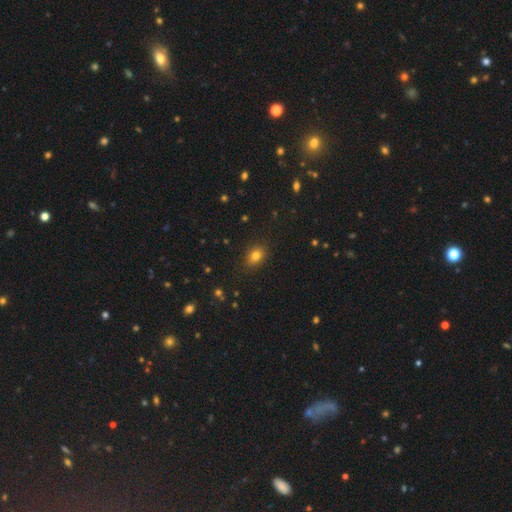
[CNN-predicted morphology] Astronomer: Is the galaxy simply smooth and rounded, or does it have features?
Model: smooth — 79%.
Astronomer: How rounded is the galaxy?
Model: in between — 60% (runner-up: round, 38%).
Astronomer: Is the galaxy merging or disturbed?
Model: none — 86%.